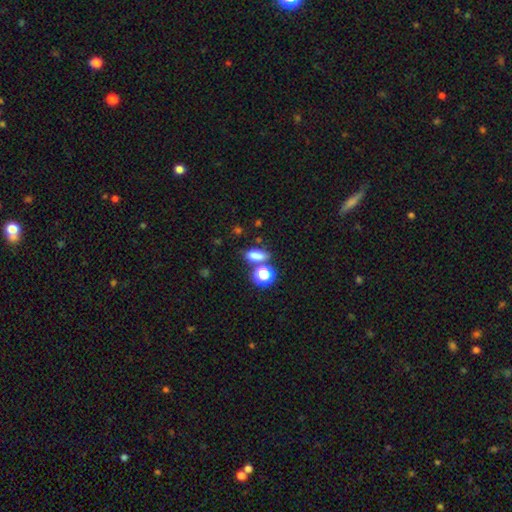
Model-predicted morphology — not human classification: Q: Smooth or featured?
A: smooth (76%); runner-up: star or artifact (17%)
Q: How rounded?
A: in between (72%); runner-up: round (20%)
Q: Merging?
A: none (61%); runner-up: merger (20%)